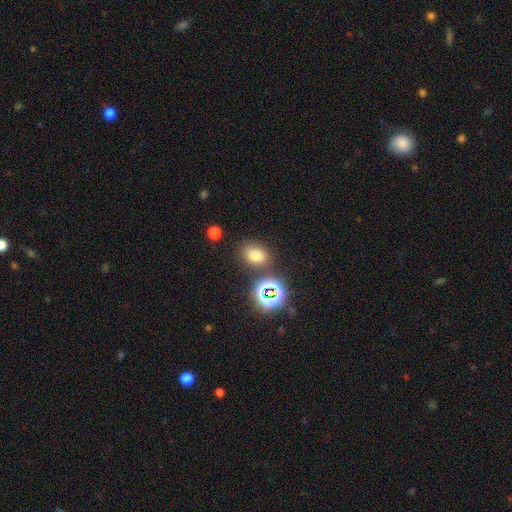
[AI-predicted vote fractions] Morphology: type=smooth (70%); roundness=in between (63%); merging=none (76%).